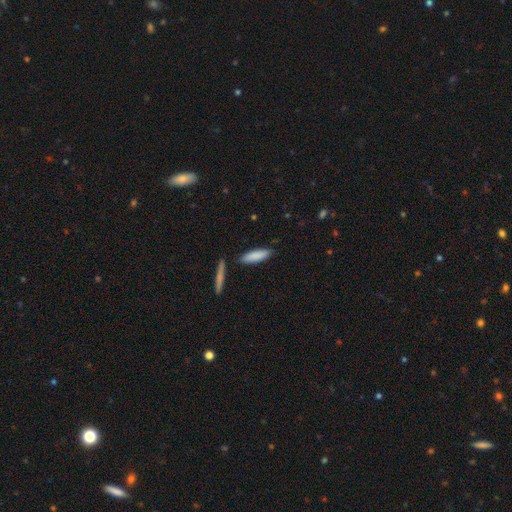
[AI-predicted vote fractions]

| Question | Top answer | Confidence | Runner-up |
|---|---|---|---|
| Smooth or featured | smooth | 85% | featured or disk (9%) |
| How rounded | cigar-shaped | 62% | in between (37%) |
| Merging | none | 82% | minor disturbance (11%) |